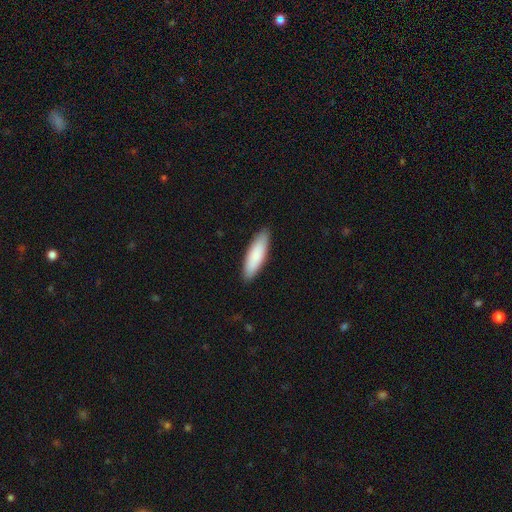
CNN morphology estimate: Q: Smooth or featured?
A: smooth (86%); runner-up: featured or disk (9%)
Q: How rounded?
A: cigar-shaped (55%); runner-up: in between (43%)
Q: Merging?
A: none (88%); runner-up: minor disturbance (9%)